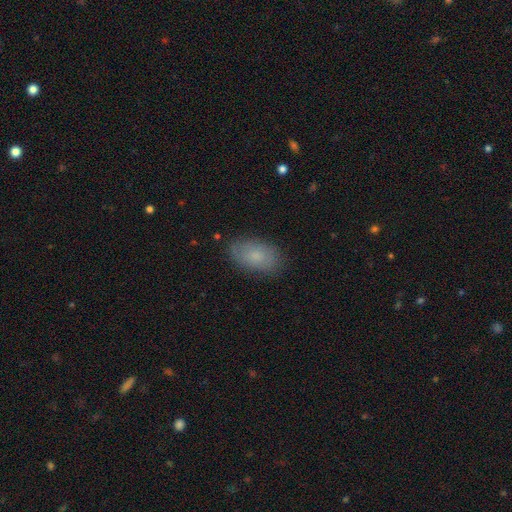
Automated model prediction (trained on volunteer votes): Smooth or featured? smooth (74%)
How rounded? in between (93%)
Merging? none (81%)